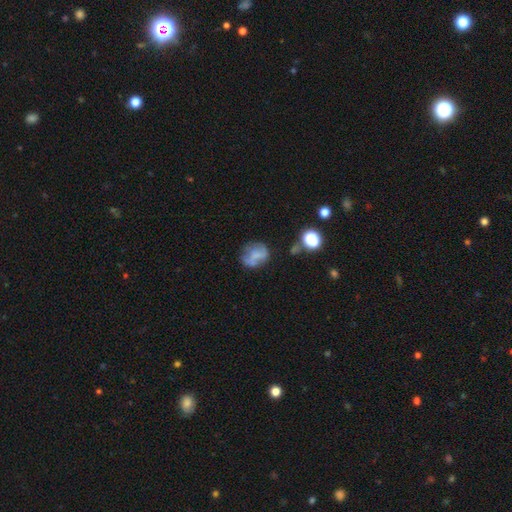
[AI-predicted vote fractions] A smooth galaxy with no disk features (48%). Merging: none (45%).